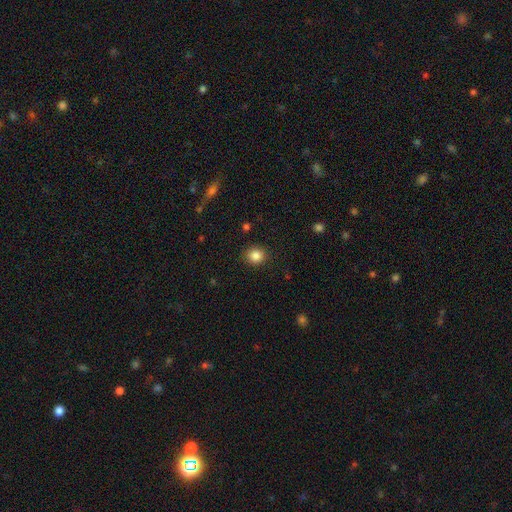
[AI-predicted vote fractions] The model was most divided on "how rounded": round: 82%, in between: 17%, cigar-shaped: 1%. More confident: merging — none (89%); smooth or featured — smooth (86%).